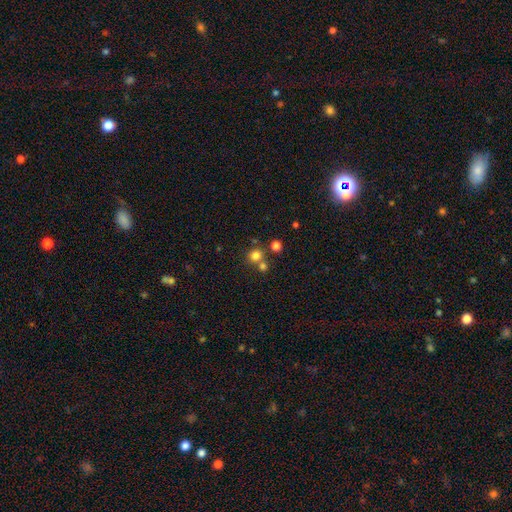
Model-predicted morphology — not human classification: Overall: smooth (75%). How rounded: round (88%). Merging: none (62%; merger 28%).